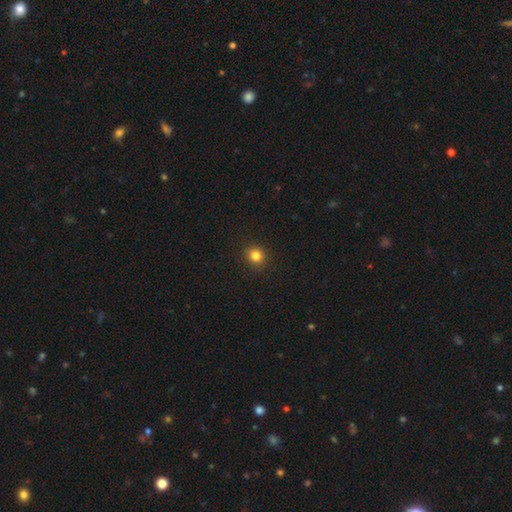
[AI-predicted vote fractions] smooth-or-featured: smooth: 83% | star or artifact: 12% | featured or disk: 4%
  how-rounded: round: 88% | in between: 11% | cigar-shaped: 1%
  merging: none: 91% | minor disturbance: 6% | major disturbance: 2% | merger: 1%